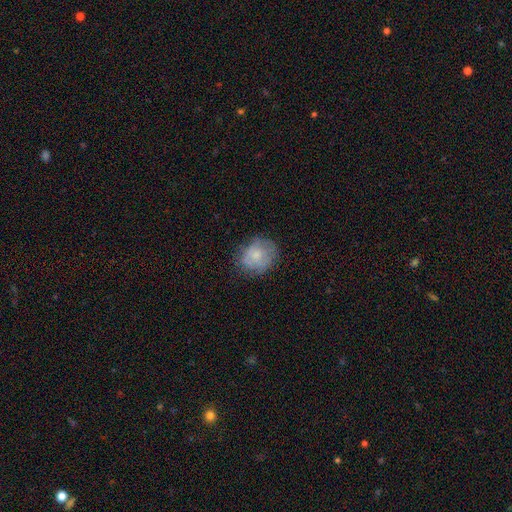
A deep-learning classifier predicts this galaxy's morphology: Overall: smooth (62%; featured or disk 30%). How rounded: round (67%; in between 32%). Merging: none (66%).